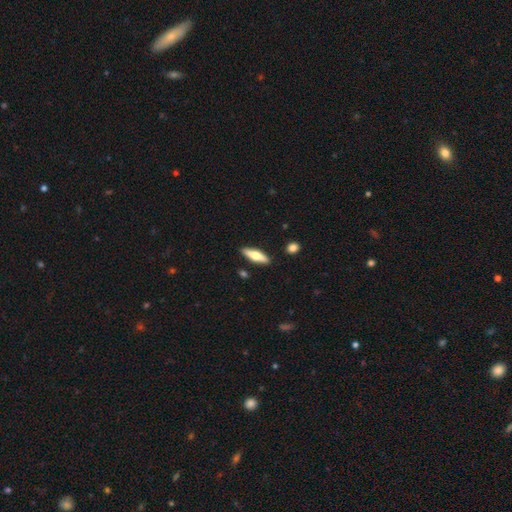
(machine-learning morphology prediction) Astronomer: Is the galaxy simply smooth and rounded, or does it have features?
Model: smooth — 54% (runner-up: featured or disk, 40%).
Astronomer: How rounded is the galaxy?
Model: cigar-shaped — 60% (runner-up: in between, 38%).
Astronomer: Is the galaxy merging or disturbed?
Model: none — 88%.